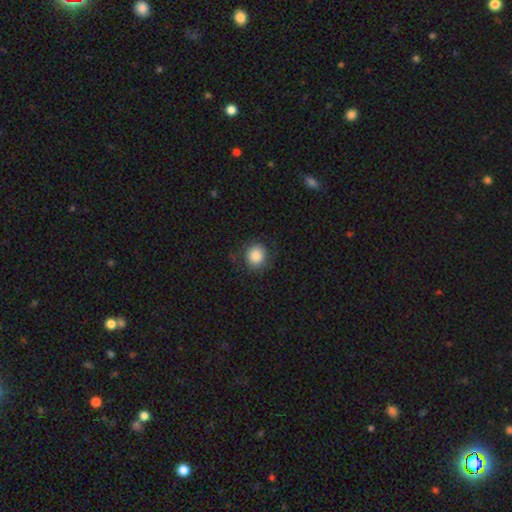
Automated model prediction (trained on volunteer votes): This appears to be a smooth galaxy with no disk features (85%) that is round (80%). Merging: none (81%).